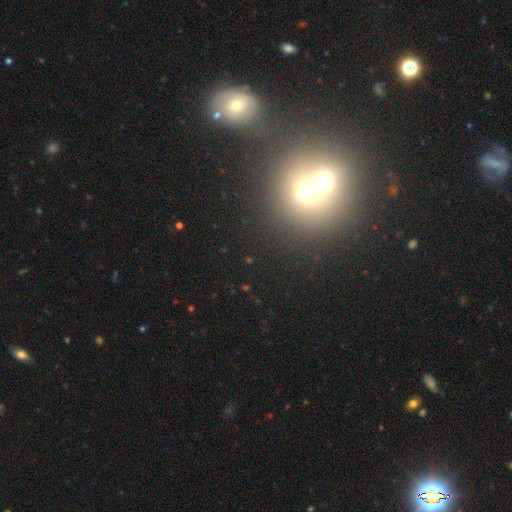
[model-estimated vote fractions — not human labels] A smooth galaxy with no disk features (47%). Merging: merger (61%).